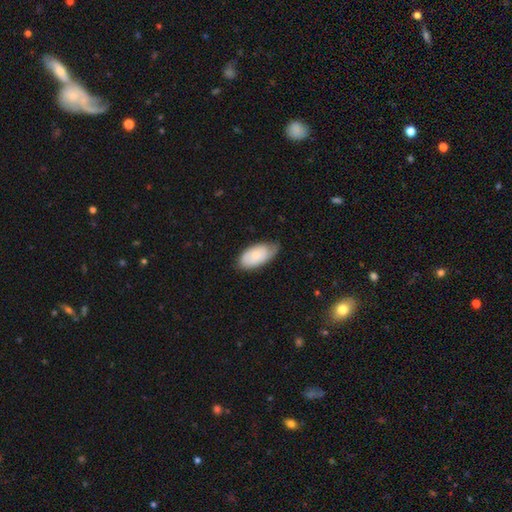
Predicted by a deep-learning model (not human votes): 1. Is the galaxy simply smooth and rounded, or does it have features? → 67% smooth, 27% featured or disk, 6% star or artifact.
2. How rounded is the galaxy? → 94% in between, 3% cigar-shaped, 3% round.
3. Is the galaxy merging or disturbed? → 59% none, 33% minor disturbance, 6% major disturbance, 1% merger.